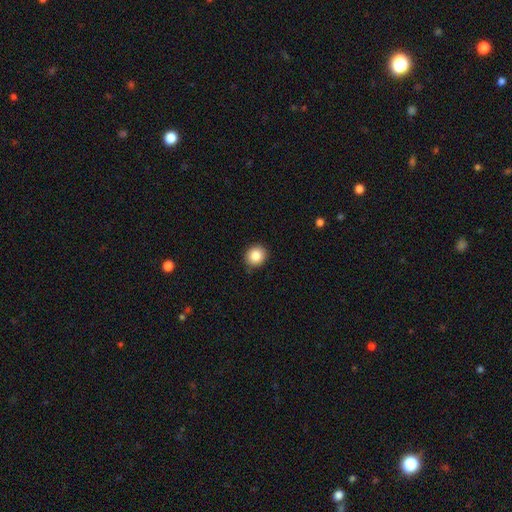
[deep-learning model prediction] A smooth galaxy with no disk features (85%) that is round (82%). Merging: none (90%).